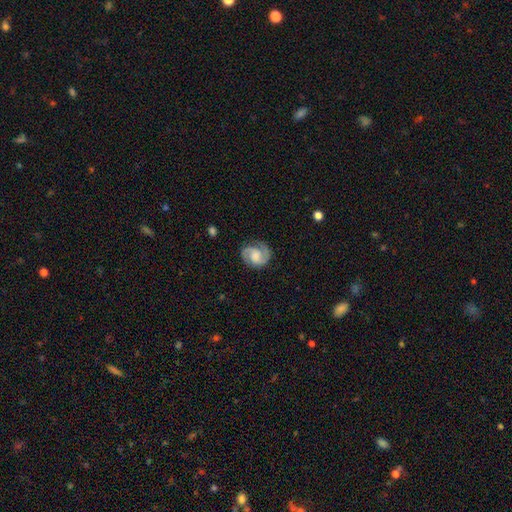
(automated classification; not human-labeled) This is clearly a featured or disk galaxy (86%). It is clearly not viewed edge-on (98%). Bar: possibly no (52%). Spiral arm pattern: clearly yes (98%). Spiral arm count: clearly 2 (91%). Spiral winding: possibly medium (52%). Central bulge: marginally moderate (32%). Merging: likely none (79%).